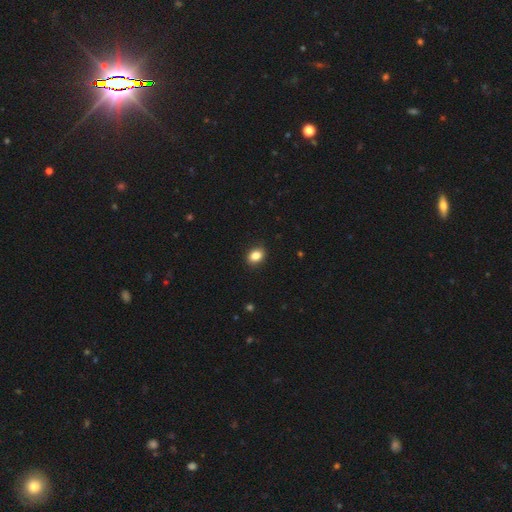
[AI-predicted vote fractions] A smooth galaxy with no disk features (85%) that is in between round and cigar-shaped (61%).

Vote fractions:
- Smooth or featured? smooth: 85% / star or artifact: 9% / featured or disk: 5%
- How rounded? in between: 61% / round: 38% / cigar-shaped: 1%
- Merging? none: 88% / minor disturbance: 9% / major disturbance: 2% / merger: 1%